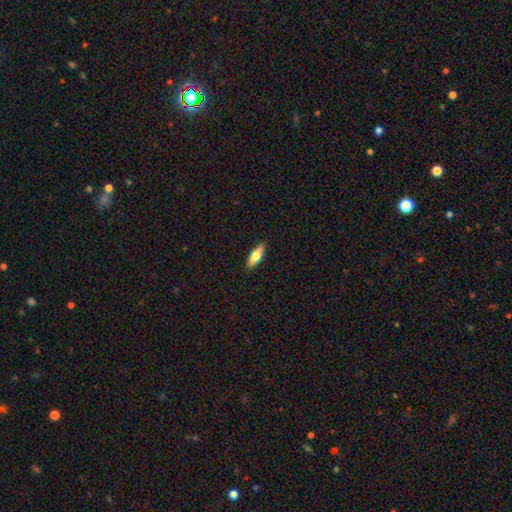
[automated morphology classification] type=smooth (73%); roundness=in between (57%); merging=none (88%).